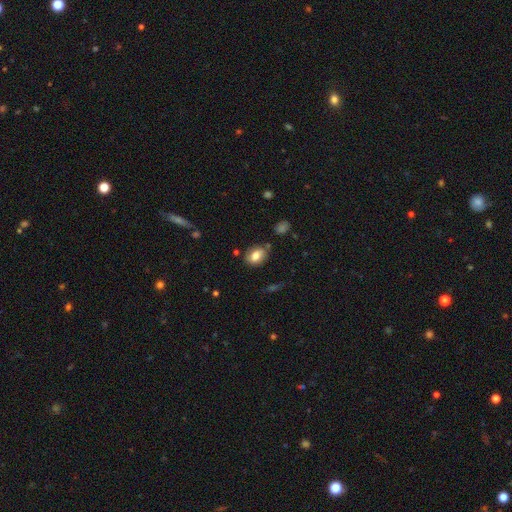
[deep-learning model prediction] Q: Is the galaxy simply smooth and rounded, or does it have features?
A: smooth — 78%.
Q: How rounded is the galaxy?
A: in between — 75%.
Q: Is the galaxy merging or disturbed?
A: none — 75%.